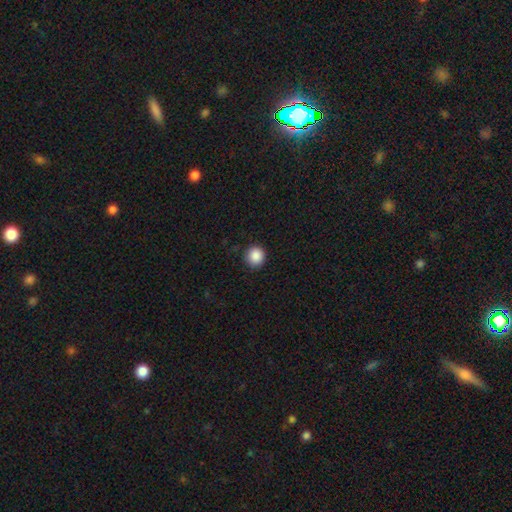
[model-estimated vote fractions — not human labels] Smooth or featured: smooth — 88% (star or artifact — 10%)
How rounded: round — 91% (in between — 8%)
Merging: none — 87% (minor disturbance — 9%)